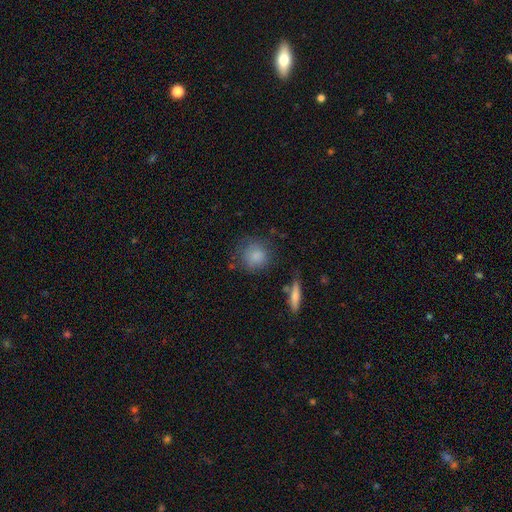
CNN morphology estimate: Q: Smooth or featured?
A: smooth (84%); runner-up: star or artifact (9%)
Q: How rounded?
A: round (86%); runner-up: in between (13%)
Q: Merging?
A: none (72%); runner-up: minor disturbance (17%)